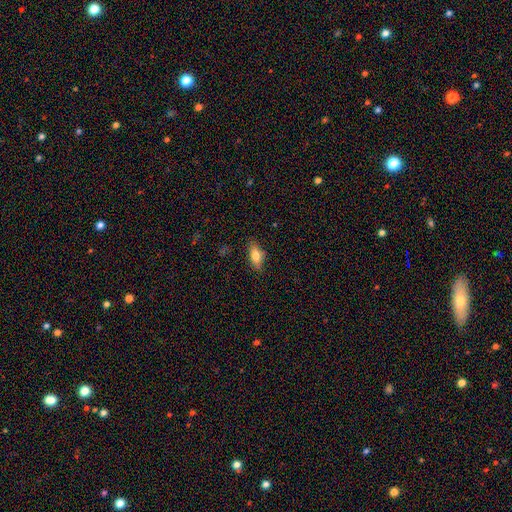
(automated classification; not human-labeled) smooth 75%, featured or disk 17%, star or artifact 8%. Down the decision tree: how rounded — in between (79%); merging — none (82%).